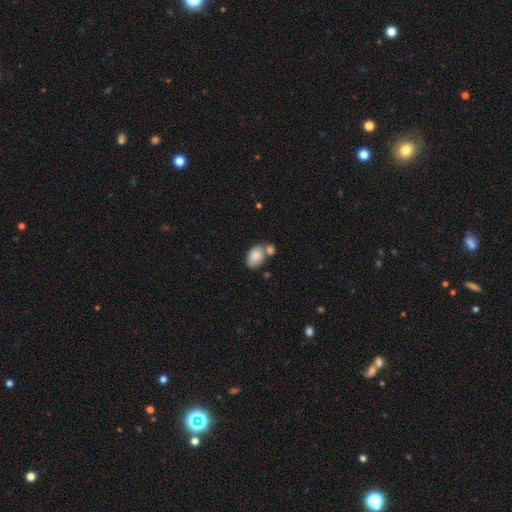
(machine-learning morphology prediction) A smooth galaxy with no disk features (84%) that is in between round and cigar-shaped (85%).

Vote fractions:
- Smooth or featured? smooth: 84% / featured or disk: 9% / star or artifact: 7%
- How rounded? in between: 85% / round: 14% / cigar-shaped: 1%
- Merging? none: 42% / merger: 37% / minor disturbance: 15% / major disturbance: 5%